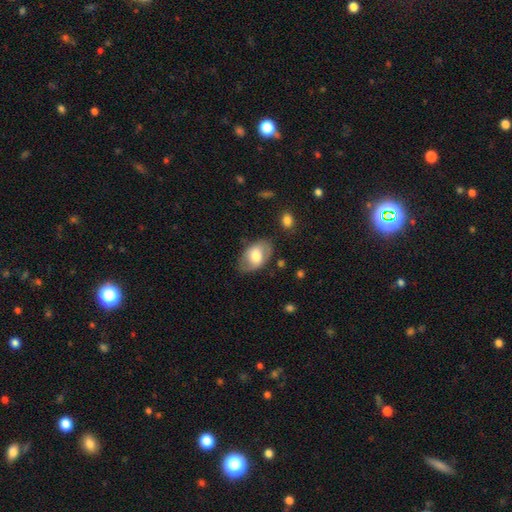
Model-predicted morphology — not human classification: This is likely a smooth galaxy (61%). How rounded: clearly in between (87%). Merging: likely none (70%).